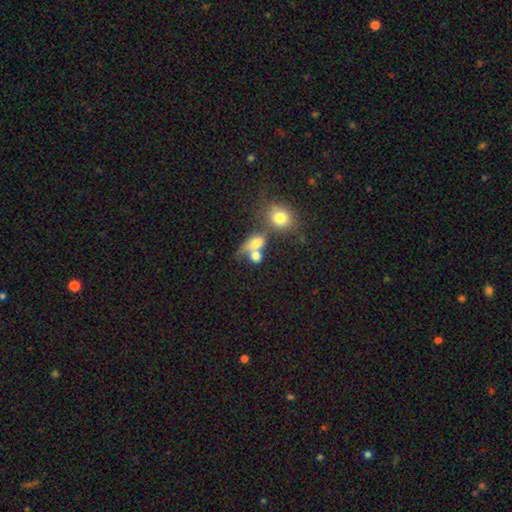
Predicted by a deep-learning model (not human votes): Morphology: type=smooth (70%); roundness=round (51%); merging=merger (56%).